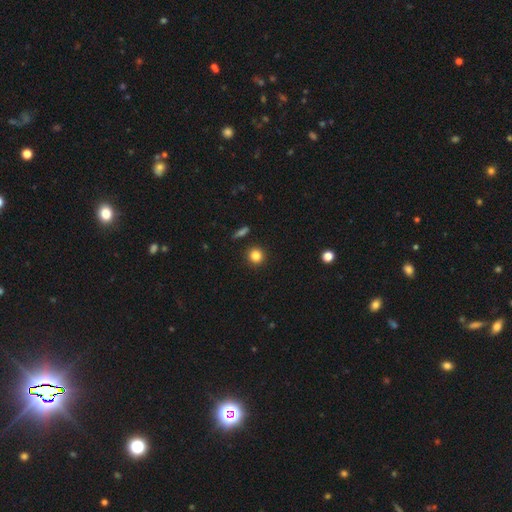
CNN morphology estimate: type=smooth (83%); roundness=round (93%); merging=none (91%).